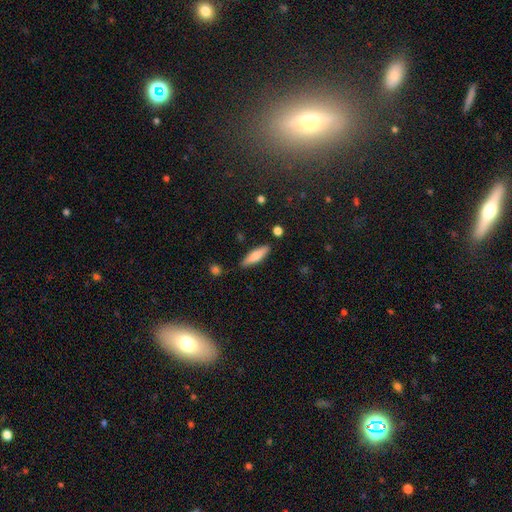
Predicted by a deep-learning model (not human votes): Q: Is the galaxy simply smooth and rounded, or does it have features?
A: smooth — 73%.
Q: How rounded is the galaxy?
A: cigar-shaped — 62%.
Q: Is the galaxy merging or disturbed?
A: none — 84%.